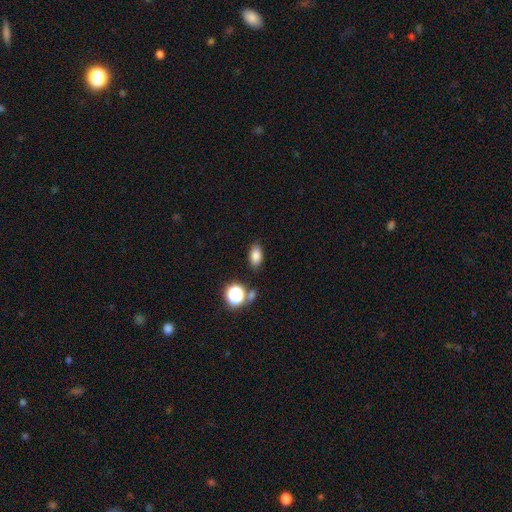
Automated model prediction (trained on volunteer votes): Overall: smooth (81%). How rounded: in between (86%). Merging: none (84%).